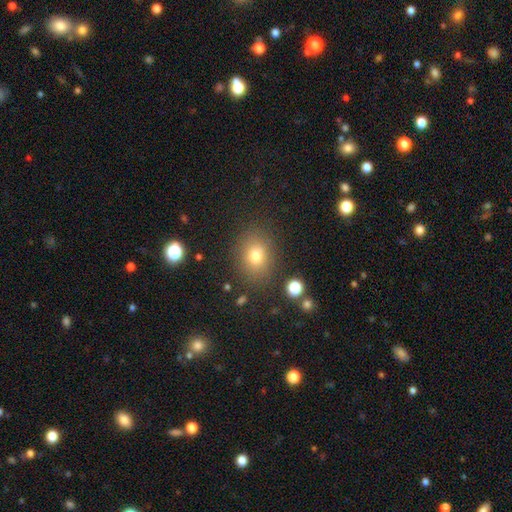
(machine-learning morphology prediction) A smooth galaxy with no disk features (76%) that is in between round and cigar-shaped (50%). Merging: none (83%).